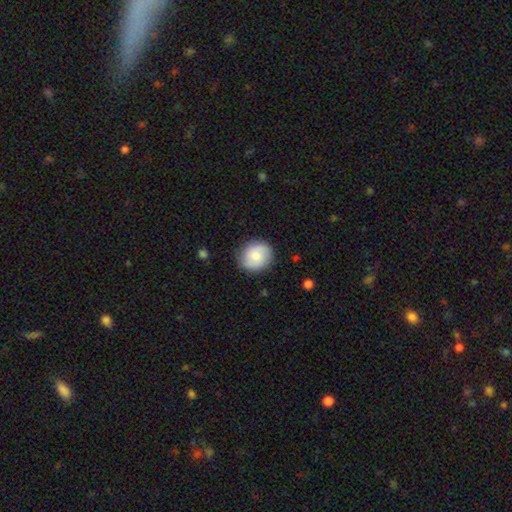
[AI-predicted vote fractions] This is likely a smooth galaxy (70%). How rounded: likely round (77%). Merging: clearly none (84%).